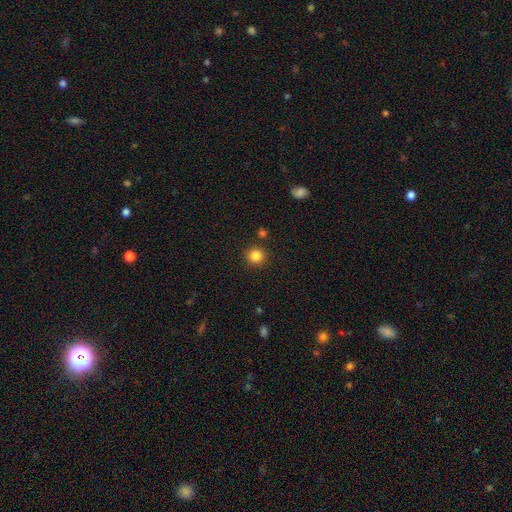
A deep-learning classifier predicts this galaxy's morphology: Q: Smooth or featured?
A: smooth (84%); runner-up: star or artifact (12%)
Q: How rounded?
A: round (94%); runner-up: in between (5%)
Q: Merging?
A: none (89%); runner-up: minor disturbance (6%)